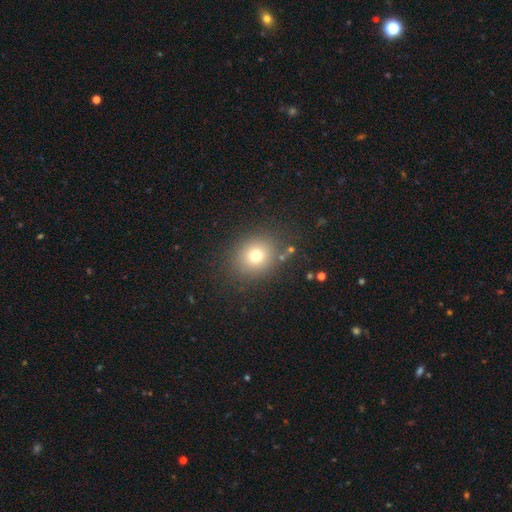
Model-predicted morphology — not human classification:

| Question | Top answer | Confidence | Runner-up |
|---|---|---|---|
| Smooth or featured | smooth | 74% | star or artifact (16%) |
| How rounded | round | 78% | in between (21%) |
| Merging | none | 84% | minor disturbance (9%) |